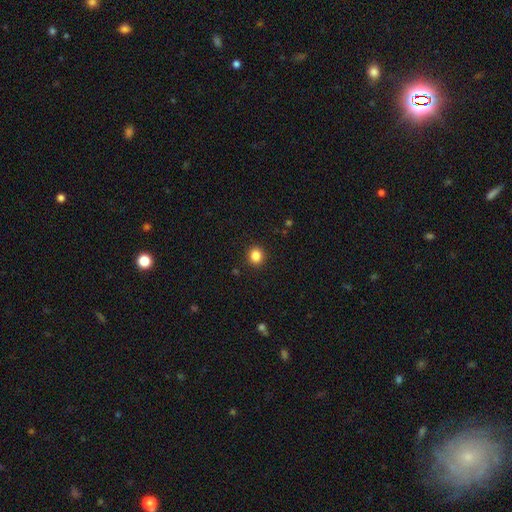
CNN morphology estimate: smooth-or-featured: smooth: 85% | star or artifact: 11% | featured or disk: 4%
  how-rounded: round: 83% | in between: 16% | cigar-shaped: 1%
  merging: none: 91% | minor disturbance: 6% | major disturbance: 2% | merger: 1%